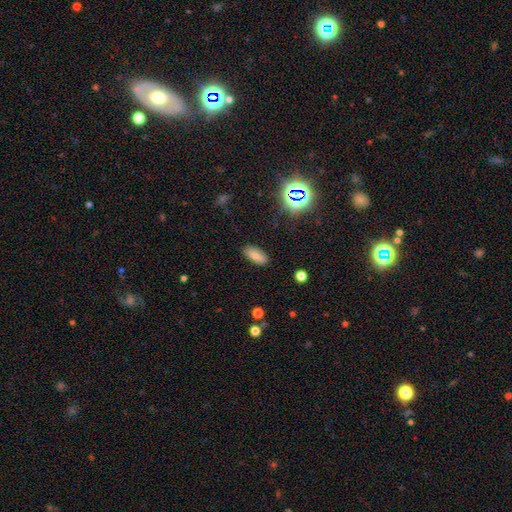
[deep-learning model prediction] This appears to be a smooth galaxy with no disk features (74%) that is in between round and cigar-shaped (89%). Merging: none (86%).